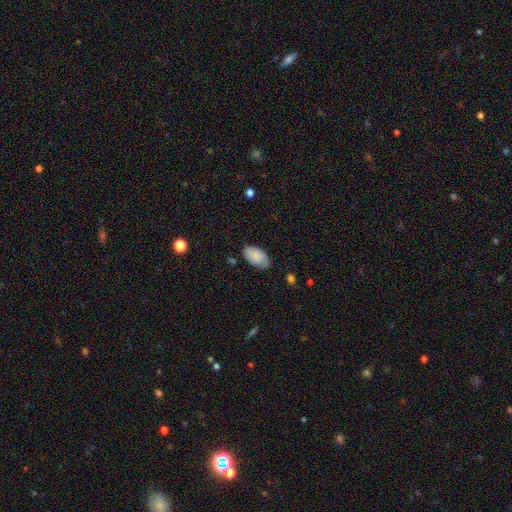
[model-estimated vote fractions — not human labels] Overall: smooth (76%). How rounded: in between (94%). Merging: none (70%).